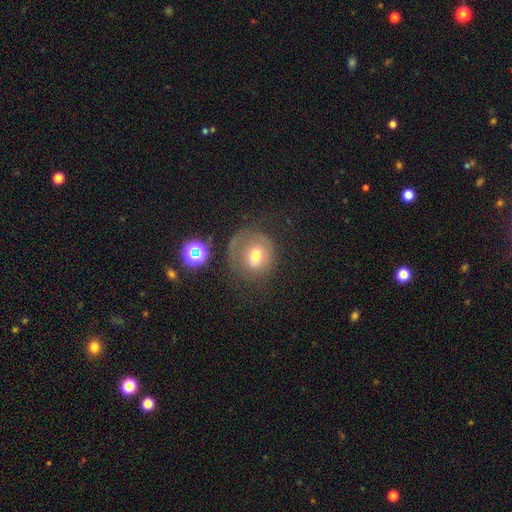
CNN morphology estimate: Smooth or featured?
  - smooth: 57% *
  - featured or disk: 31%
  - star or artifact: 13%
How rounded?
  - round: 76% *
  - in between: 23%
  - cigar-shaped: 1%
Merging?
  - none: 47% *
  - major disturbance: 27%
  - minor disturbance: 22%
  - merger: 4%